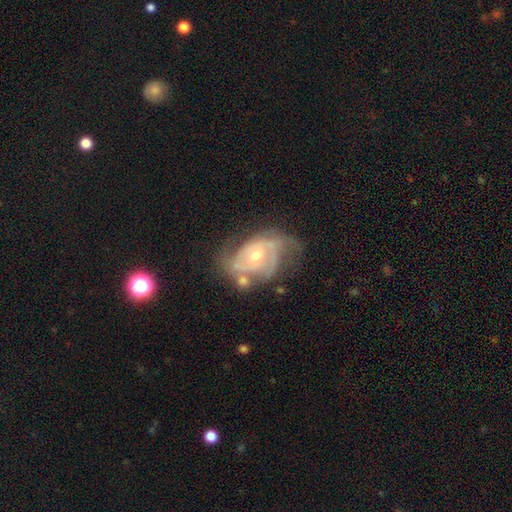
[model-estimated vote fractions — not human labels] The model was most divided on "spiral winding": tight: 42%, medium: 41%, loose: 18%. Remaining: edge-on disk — no (96%); spiral arms — yes (91%); smooth or featured — featured or disk (83%); bar — no (69%); bulge size — moderate (51%); merging — none (42%); spiral arm count — 2 (41%).